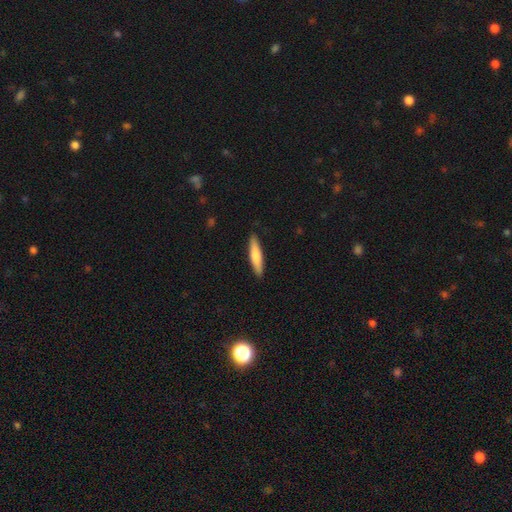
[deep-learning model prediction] A smooth galaxy with no disk features (74%) that is cigar-shaped (85%).

Vote fractions:
- Smooth or featured? smooth: 74% / featured or disk: 21% / star or artifact: 5%
- How rounded? cigar-shaped: 85% / in between: 14% / round: 1%
- Merging? none: 90% / minor disturbance: 8% / major disturbance: 1% / merger: 1%